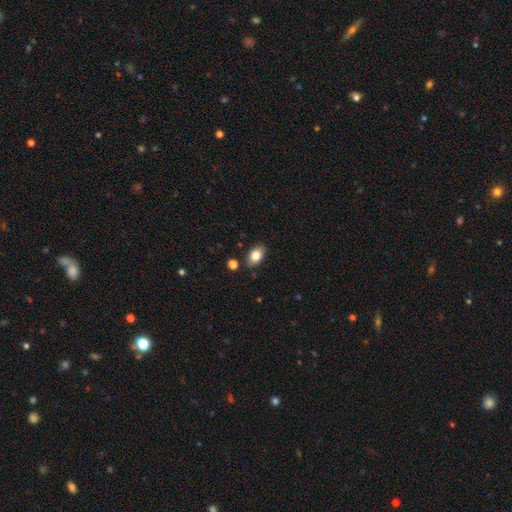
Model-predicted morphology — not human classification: Smooth or featured?
  - smooth: 82% *
  - featured or disk: 10%
  - star or artifact: 8%
How rounded?
  - in between: 88% *
  - round: 10%
  - cigar-shaped: 2%
Merging?
  - none: 84% *
  - minor disturbance: 10%
  - merger: 3%
  - major disturbance: 2%